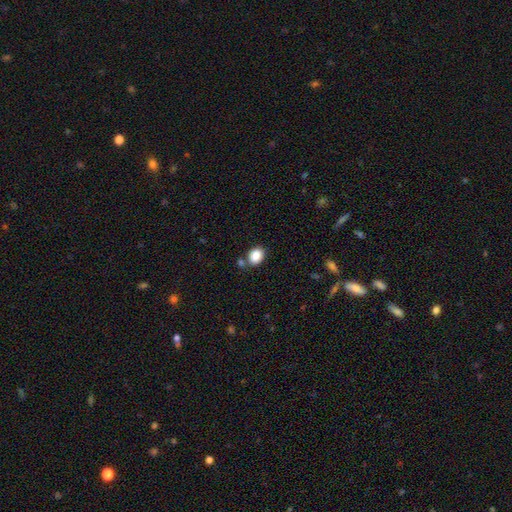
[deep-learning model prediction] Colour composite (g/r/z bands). It shows a smooth galaxy with no disk features (87%) that is in between round and cigar-shaped (59%). Merging: none (74%).